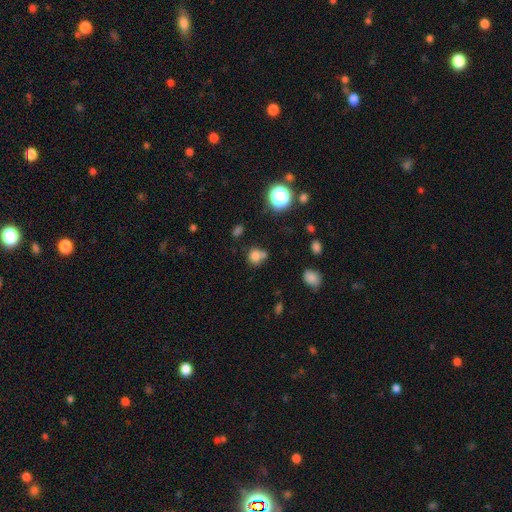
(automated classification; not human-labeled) This appears to be a smooth galaxy with no disk features (76%) that is round (80%). Merging: none (51%).